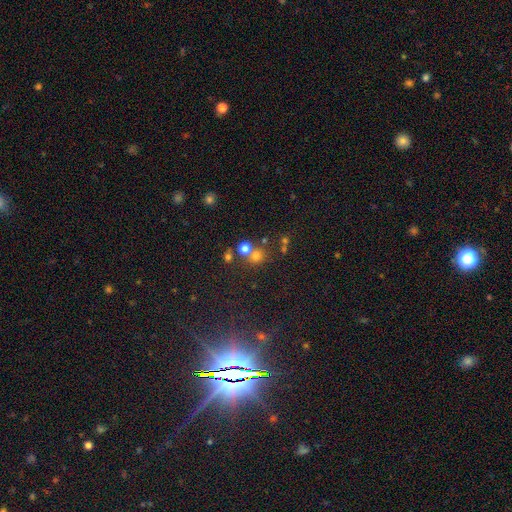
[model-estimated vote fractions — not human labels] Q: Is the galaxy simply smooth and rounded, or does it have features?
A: smooth — 68%.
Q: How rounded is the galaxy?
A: round — 85%.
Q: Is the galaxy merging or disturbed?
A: none — 56%.